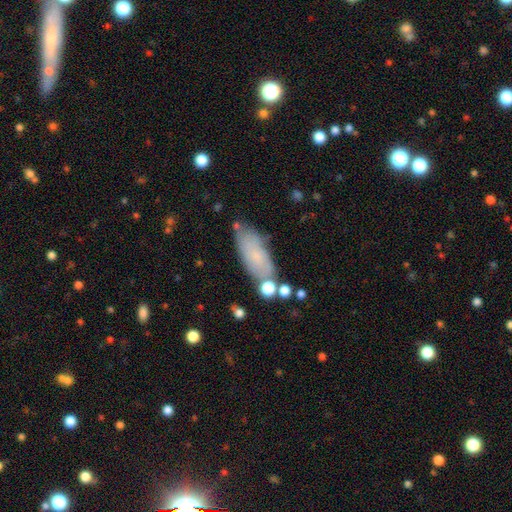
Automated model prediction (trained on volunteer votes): The model was most divided on "merging": none: 66%, minor disturbance: 20%, merger: 8%, major disturbance: 6%. More confident: how rounded — in between (80%); smooth or featured — smooth (70%).